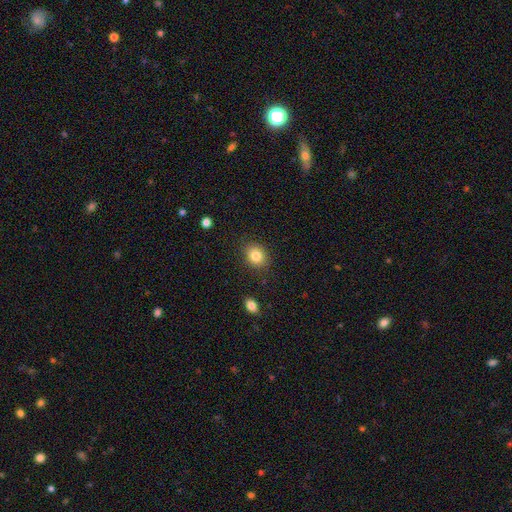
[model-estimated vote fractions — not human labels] Smooth or featured? Predicted: smooth (p=0.83). How rounded? Predicted: round (p=0.57). Merging? Predicted: none (p=0.85).